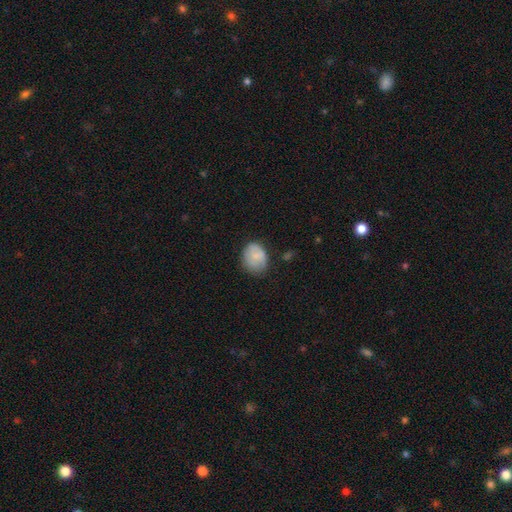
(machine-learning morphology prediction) Smooth or featured?
  - smooth: 80% *
  - featured or disk: 13%
  - star or artifact: 8%
How rounded?
  - in between: 50% *
  - round: 49%
  - cigar-shaped: 1%
Merging?
  - none: 62% *
  - minor disturbance: 27%
  - major disturbance: 8%
  - merger: 2%